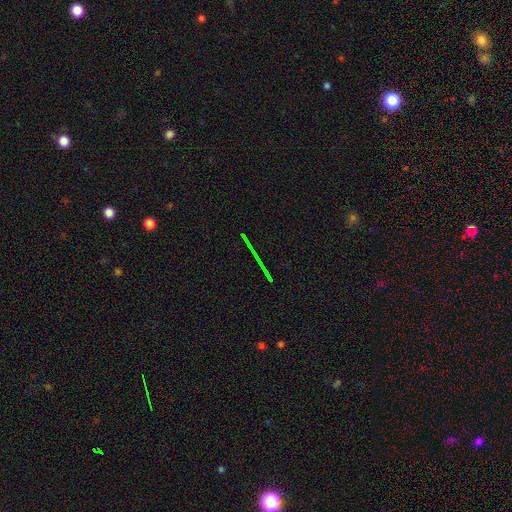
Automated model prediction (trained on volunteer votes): smooth_or_featured: star or artifact (p=0.68) [alt: featured or disk p=0.17]